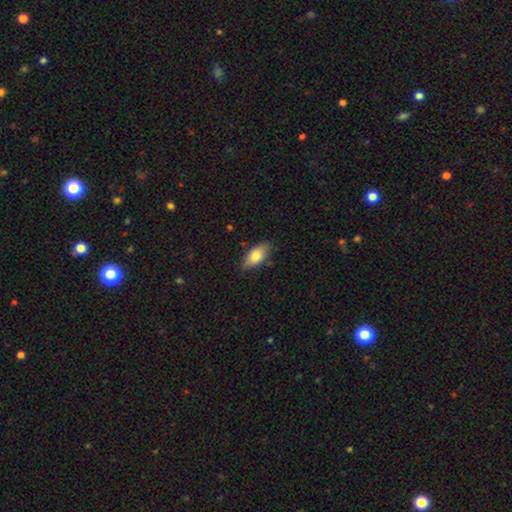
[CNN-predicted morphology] smooth-or-featured: smooth: 77% | featured or disk: 16% | star or artifact: 7%
  how-rounded: in between: 88% | cigar-shaped: 8% | round: 4%
  merging: none: 80% | minor disturbance: 16% | major disturbance: 3% | merger: 1%